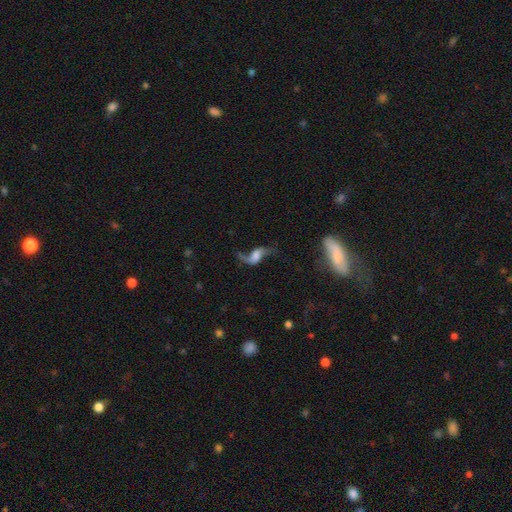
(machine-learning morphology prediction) type=featured or disk (75%); edge-on=no (93%); bar=no (44%); spiral arms=yes (91%); winding=loose (89%); arm count=2 (82%); bulge=none (28%); merging=none (50%).